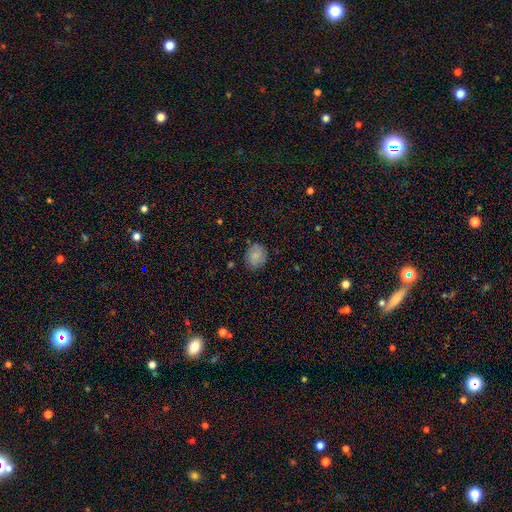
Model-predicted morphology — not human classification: Smooth or featured?
  - smooth: 81% *
  - featured or disk: 11%
  - star or artifact: 8%
How rounded?
  - round: 61% *
  - in between: 38%
  - cigar-shaped: 1%
Merging?
  - none: 81% *
  - minor disturbance: 14%
  - major disturbance: 3%
  - merger: 1%